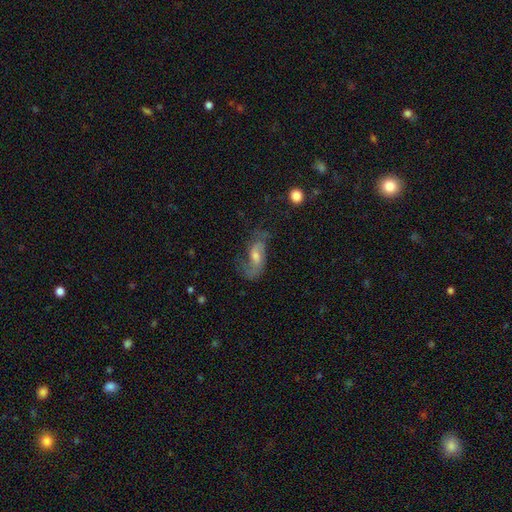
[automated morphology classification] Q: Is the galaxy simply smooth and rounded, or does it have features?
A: featured or disk — 70%.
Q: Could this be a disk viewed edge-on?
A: no — 92%.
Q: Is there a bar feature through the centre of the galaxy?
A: weak — 45%.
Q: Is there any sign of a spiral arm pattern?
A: yes — 89%.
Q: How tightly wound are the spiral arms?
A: loose — 50%.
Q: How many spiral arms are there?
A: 2 — 79%.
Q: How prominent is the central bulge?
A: moderate — 53%.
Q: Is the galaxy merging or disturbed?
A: none — 55%.